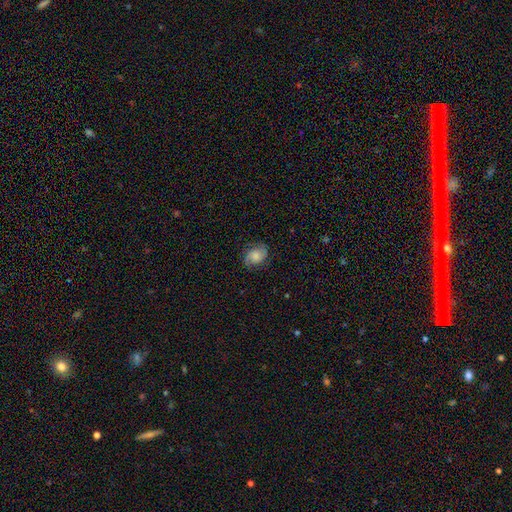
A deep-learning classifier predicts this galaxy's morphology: This appears to be a featured or disk galaxy (61%) with no bar (65%), 2 (83%) medium (47%) spiral arms (94%) and a moderate central bulge (30%). Merging: none (78%).